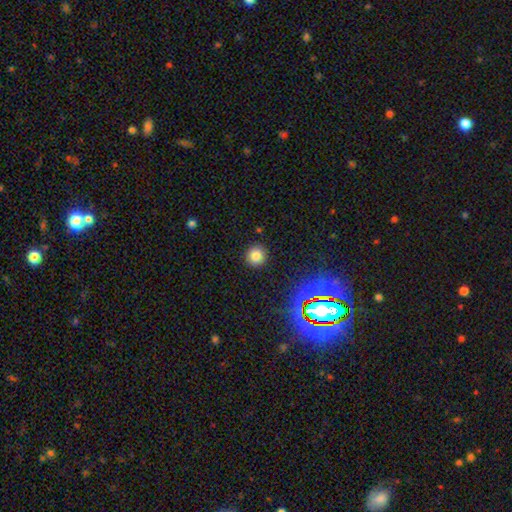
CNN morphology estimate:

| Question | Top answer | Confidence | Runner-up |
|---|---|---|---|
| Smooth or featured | smooth | 81% | star or artifact (14%) |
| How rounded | round | 93% | in between (6%) |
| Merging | none | 91% | minor disturbance (6%) |